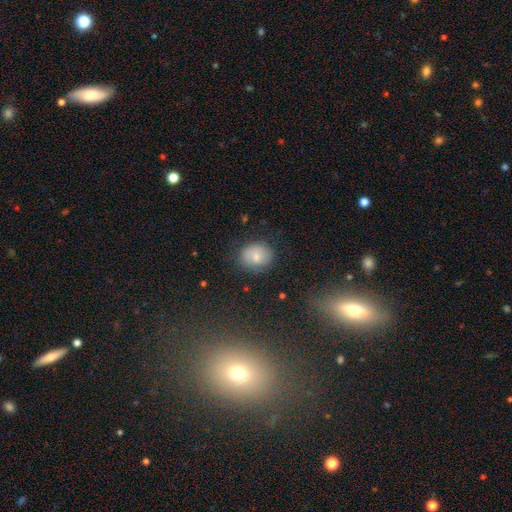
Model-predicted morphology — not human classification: type=smooth (73%); roundness=round (63%); merging=none (74%).